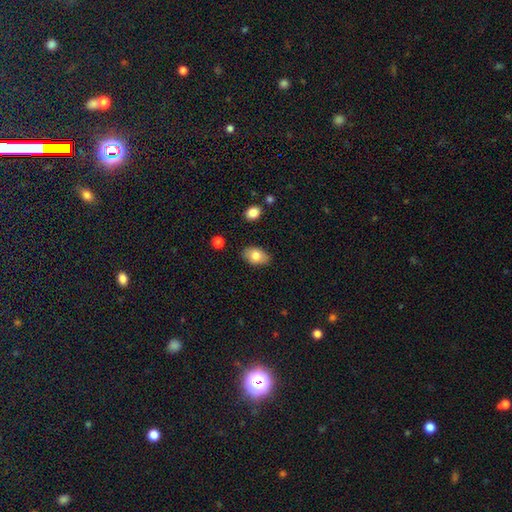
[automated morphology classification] type=smooth (78%); roundness=in between (88%); merging=none (84%).